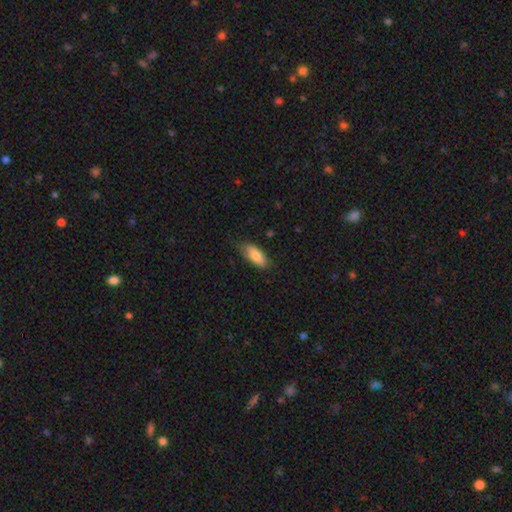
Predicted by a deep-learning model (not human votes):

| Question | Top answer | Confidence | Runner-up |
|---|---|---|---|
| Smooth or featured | smooth | 80% | featured or disk (14%) |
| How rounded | in between | 79% | cigar-shaped (19%) |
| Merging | none | 76% | minor disturbance (19%) |